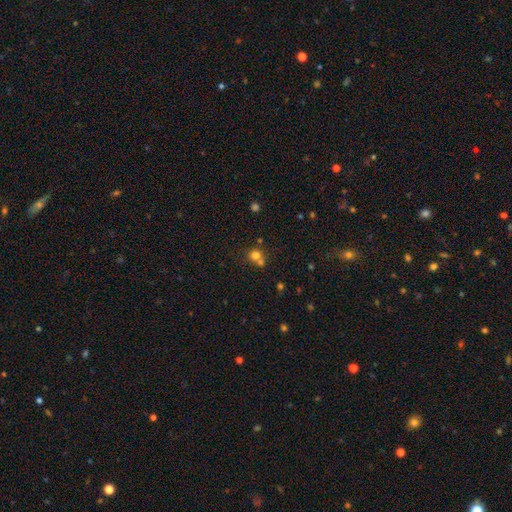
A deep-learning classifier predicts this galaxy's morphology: A smooth galaxy with no disk features (73%) that is round (87%). Merging: none (49%).